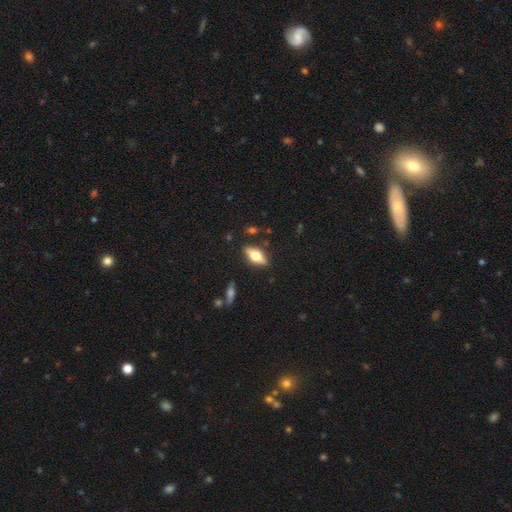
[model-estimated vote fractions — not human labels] The model was most divided on "smooth or featured": featured or disk: 48%, smooth: 45%, star or artifact: 7%. More confident: merging — none (85%).